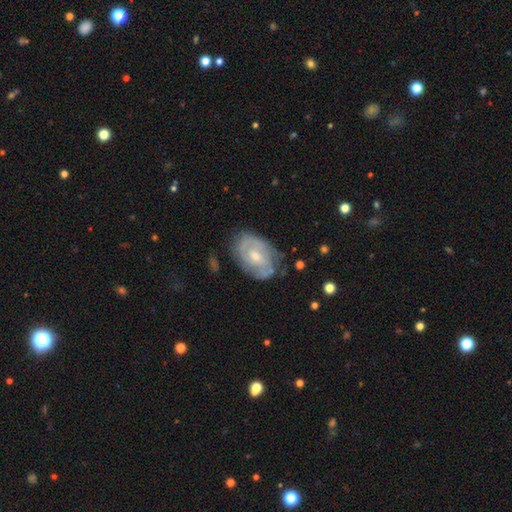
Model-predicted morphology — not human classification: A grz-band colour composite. It shows a featured or disk galaxy (72%) with no bar (61%), 2 (46%) tight (52%) spiral arms (79%) and a moderate central bulge (53%). Merging: none (68%).